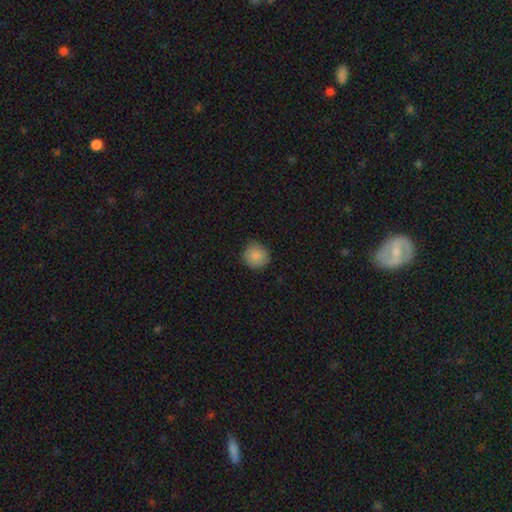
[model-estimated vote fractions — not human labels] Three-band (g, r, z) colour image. It shows a smooth galaxy with no disk features (86%) that is round (90%). Merging: none (82%).